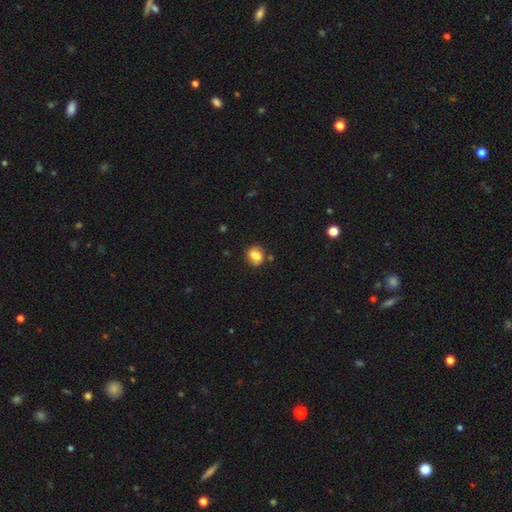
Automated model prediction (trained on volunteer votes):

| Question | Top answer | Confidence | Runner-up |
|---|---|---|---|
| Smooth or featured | smooth | 72% | featured or disk (18%) |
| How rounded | round | 55% | in between (43%) |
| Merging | none | 56% | minor disturbance (19%) |